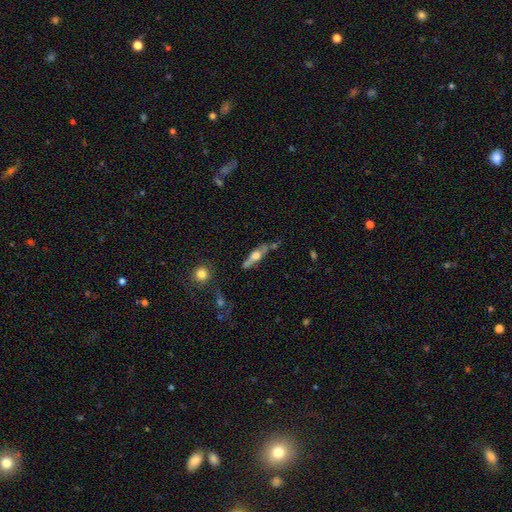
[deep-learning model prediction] A featured or disk galaxy (57%) viewed edge-on (88%) with a rounded central bulge (92%). Merging: none (69%).